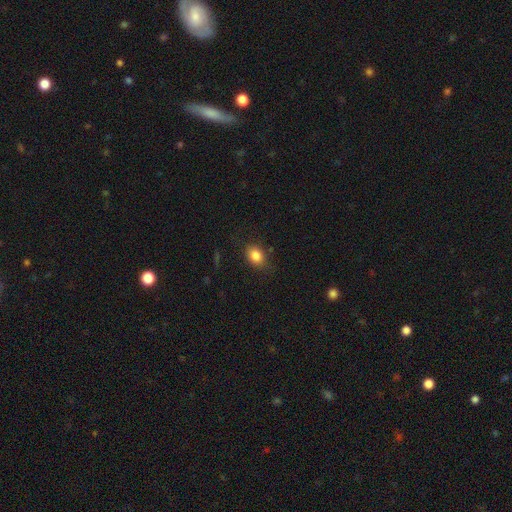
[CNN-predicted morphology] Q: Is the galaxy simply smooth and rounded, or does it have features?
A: smooth — 83%.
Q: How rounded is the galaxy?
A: in between — 60%.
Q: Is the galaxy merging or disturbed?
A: none — 80%.